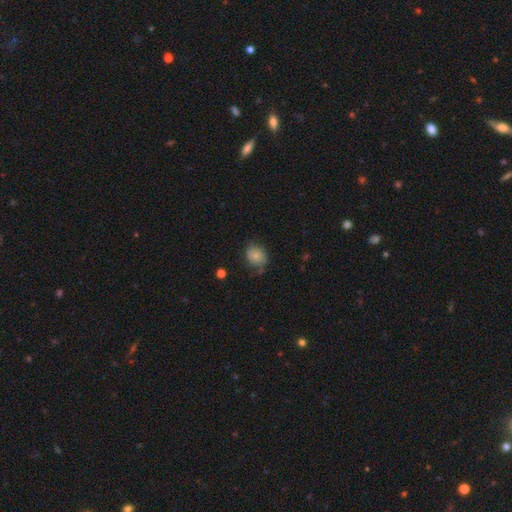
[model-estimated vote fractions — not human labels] A smooth galaxy with no disk features (80%) that is round (58%). Merging: none (67%).